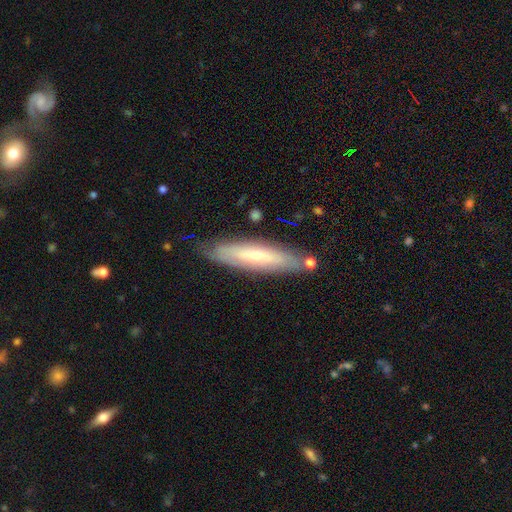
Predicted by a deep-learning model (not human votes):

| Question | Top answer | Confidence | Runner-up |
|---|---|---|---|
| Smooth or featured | featured or disk | 50% | smooth (44%) |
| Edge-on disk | yes | 57% | no (43%) |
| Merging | none | 80% | minor disturbance (14%) |